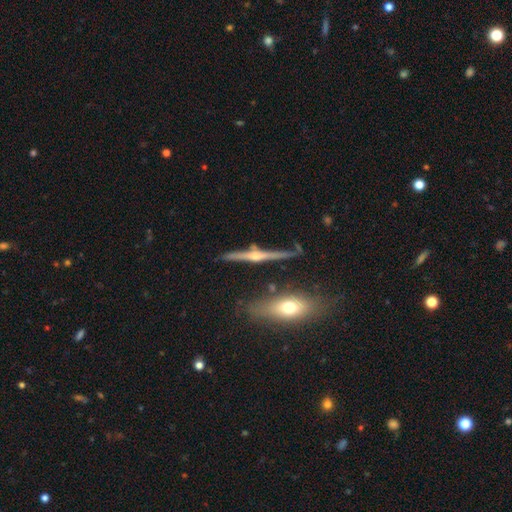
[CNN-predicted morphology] This is likely a featured or disk galaxy (80%). It is clearly viewed edge-on (97%). Edge-on bulge: clearly rounded (89%). Merging: likely none (80%).